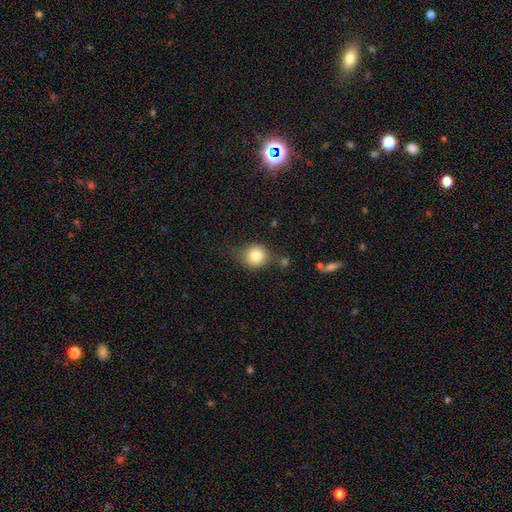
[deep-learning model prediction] Smooth or featured? Predicted: smooth (p=0.80). How rounded? Predicted: round (p=0.83). Merging? Predicted: none (p=0.60).